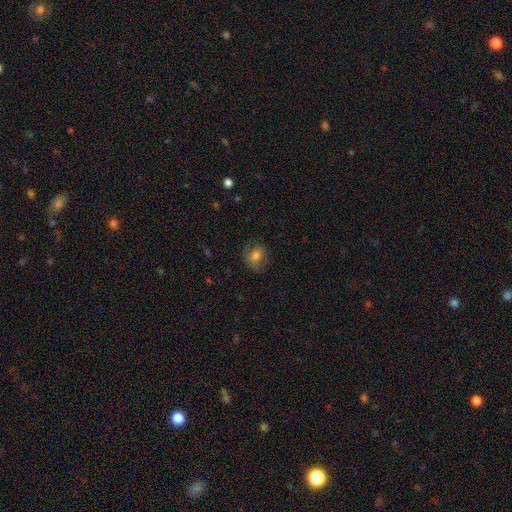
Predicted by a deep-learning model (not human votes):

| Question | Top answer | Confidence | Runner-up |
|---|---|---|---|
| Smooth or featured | smooth | 71% | featured or disk (18%) |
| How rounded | round | 62% | in between (37%) |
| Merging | none | 70% | minor disturbance (20%) |